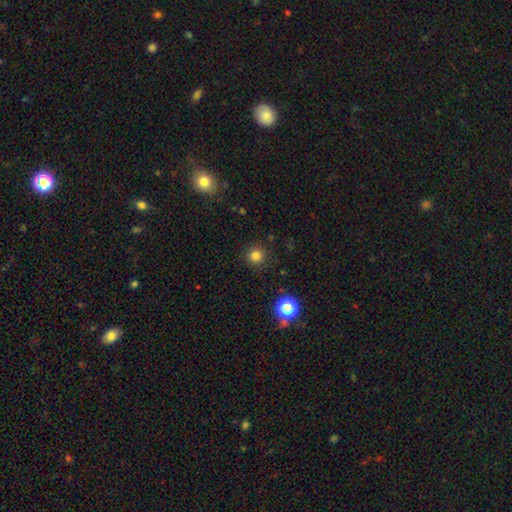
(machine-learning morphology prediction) The model was most divided on "smooth or featured": smooth: 81%, star or artifact: 15%, featured or disk: 5%. More confident: how rounded — round (94%); merging — none (89%).